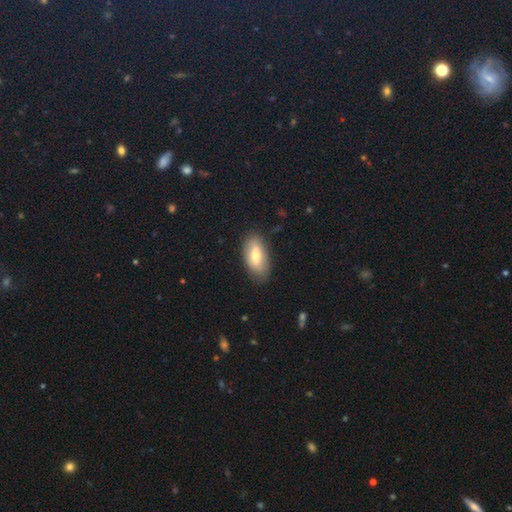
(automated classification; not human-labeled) Overall: smooth (67%). How rounded: in between (91%). Merging: none (82%).